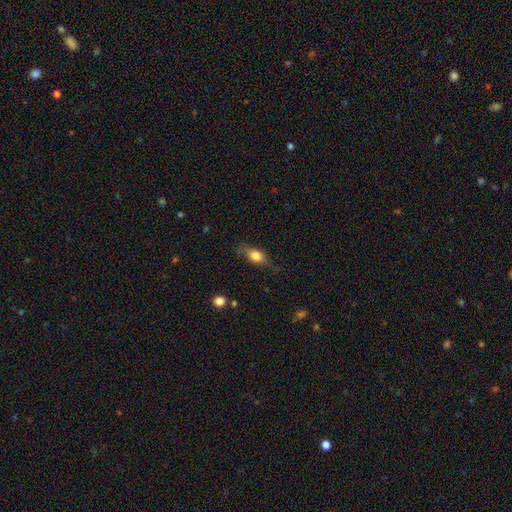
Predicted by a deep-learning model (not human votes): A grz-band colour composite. It shows a smooth galaxy with no disk features (68%) that is in between round and cigar-shaped (69%). Merging: none (67%).